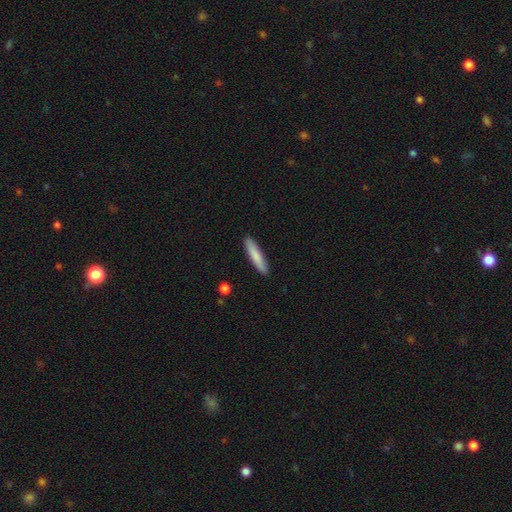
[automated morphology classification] Smooth or featured? Predicted: smooth (p=0.82). How rounded? Predicted: cigar-shaped (p=0.88). Merging? Predicted: none (p=0.91).